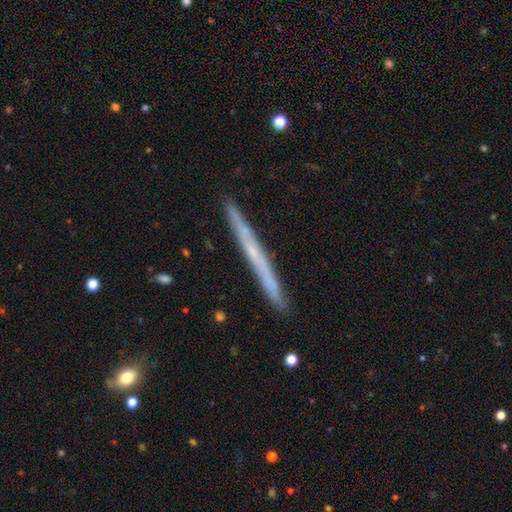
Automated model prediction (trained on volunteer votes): Smooth or featured?
  - featured or disk: 58% *
  - smooth: 35%
  - star or artifact: 6%
Edge-on disk?
  - yes: 97% *
  - no: 3%
Edge-on bulge?
  - none: 83% *
  - rounded: 14%
  - boxy: 3%
Merging?
  - none: 91% *
  - minor disturbance: 7%
  - merger: 1%
  - major disturbance: 1%